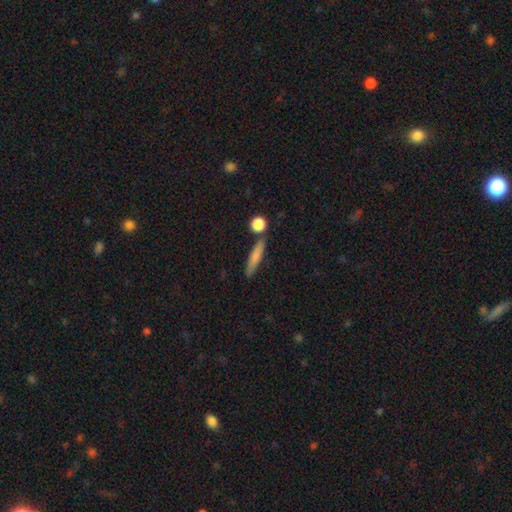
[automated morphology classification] type=smooth (73%); roundness=cigar-shaped (83%); merging=none (78%).